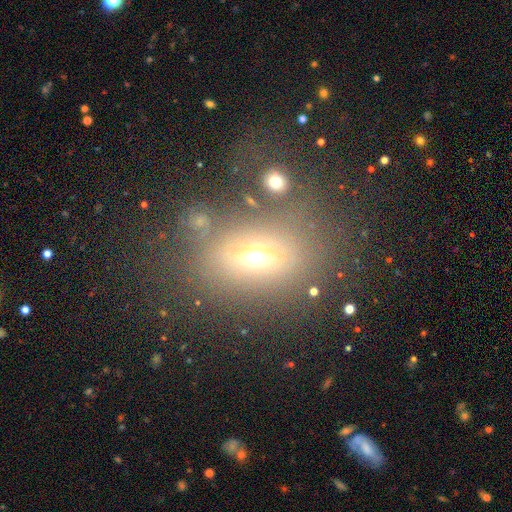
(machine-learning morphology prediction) This appears to be a smooth galaxy with no disk features (59%) that is in between round and cigar-shaped (68%). Merging: none (62%).